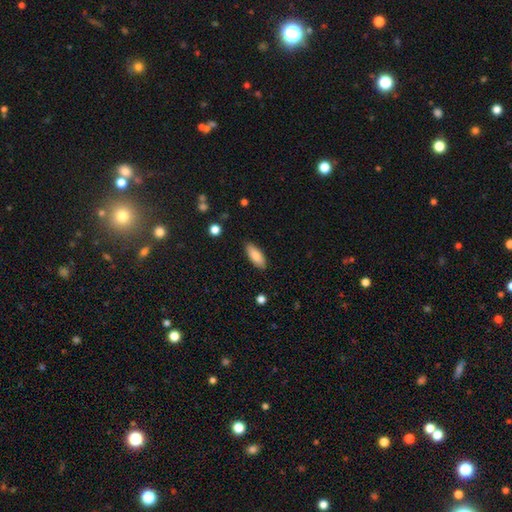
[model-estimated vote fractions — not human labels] A smooth galaxy with no disk features (85%) that is in between round and cigar-shaped (78%).

Vote fractions:
- Smooth or featured? smooth: 85% / featured or disk: 9% / star or artifact: 6%
- How rounded? in between: 78% / cigar-shaped: 20% / round: 2%
- Merging? none: 87% / minor disturbance: 10% / major disturbance: 2% / merger: 1%